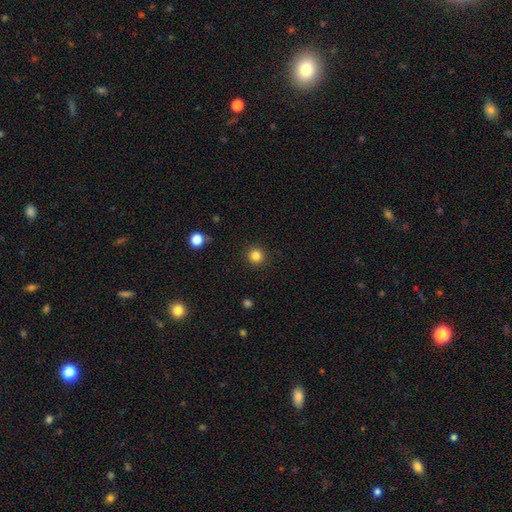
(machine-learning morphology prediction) Smooth or featured? Predicted: smooth (p=0.83). How rounded? Predicted: round (p=0.95). Merging? Predicted: none (p=0.92).